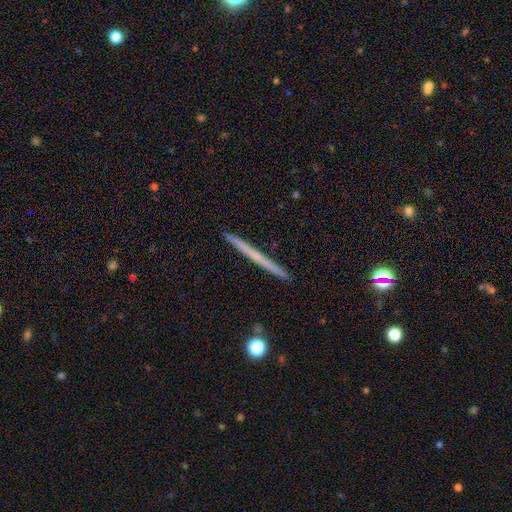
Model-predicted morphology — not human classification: This appears to be a featured or disk galaxy (49%). Merging: none (93%).